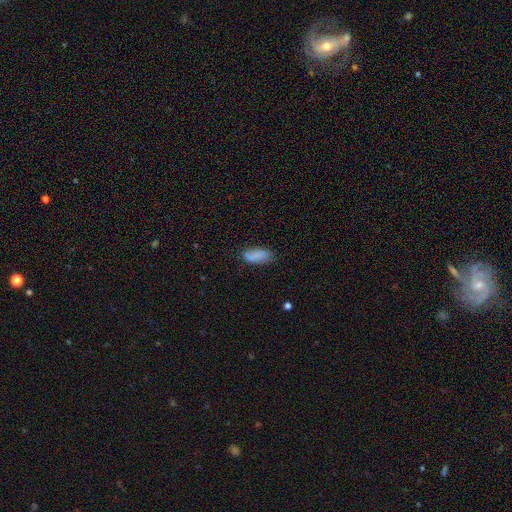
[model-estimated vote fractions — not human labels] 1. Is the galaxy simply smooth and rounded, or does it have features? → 81% smooth, 10% featured or disk, 8% star or artifact.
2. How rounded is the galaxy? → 86% in between, 12% cigar-shaped, 2% round.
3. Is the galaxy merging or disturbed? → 69% none, 23% minor disturbance, 6% major disturbance, 3% merger.